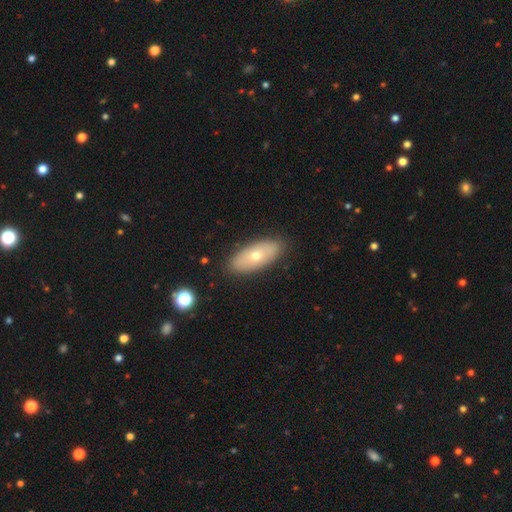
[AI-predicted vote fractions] smooth 59%, featured or disk 34%, star or artifact 7%. Down the decision tree: how rounded — in between (84%); merging — none (88%).